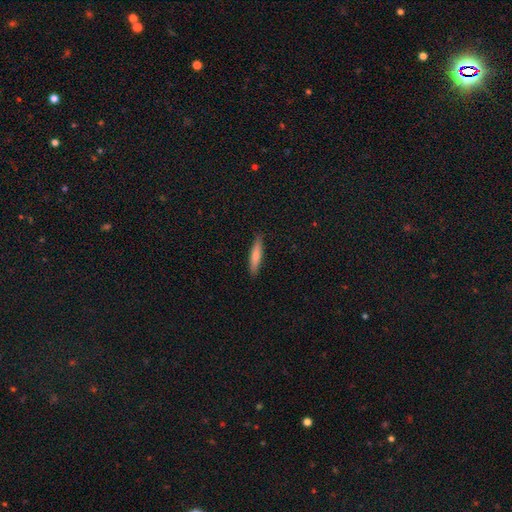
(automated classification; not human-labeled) smooth 74%, featured or disk 20%, star or artifact 6%. Down the decision tree: how rounded — cigar-shaped (86%); merging — none (90%).